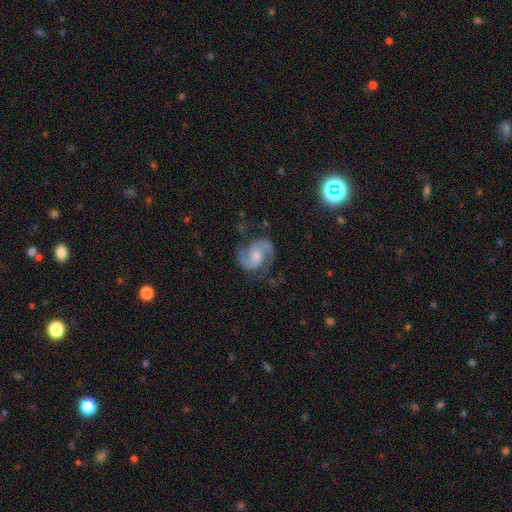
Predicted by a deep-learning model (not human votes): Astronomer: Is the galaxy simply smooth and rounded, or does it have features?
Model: featured or disk — 89%.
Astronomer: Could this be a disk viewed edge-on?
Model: no — 98%.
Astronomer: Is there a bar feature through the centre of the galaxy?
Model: no — 56% (runner-up: weak, 35%).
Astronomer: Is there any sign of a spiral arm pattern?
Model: yes — 98%.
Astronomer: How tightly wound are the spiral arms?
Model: medium — 59%.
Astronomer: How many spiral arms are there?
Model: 2 — 93%.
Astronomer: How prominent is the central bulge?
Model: moderate — 45% (runner-up: small, 32%).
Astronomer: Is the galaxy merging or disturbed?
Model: none — 75%.